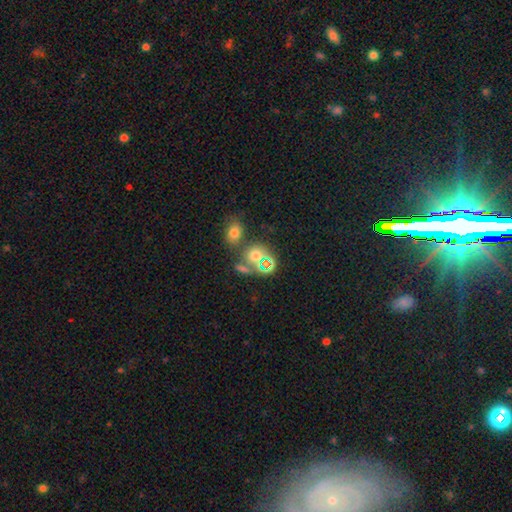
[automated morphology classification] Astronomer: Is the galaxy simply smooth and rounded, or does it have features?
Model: smooth — 56%.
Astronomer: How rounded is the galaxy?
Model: round — 67%.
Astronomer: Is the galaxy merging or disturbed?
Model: none — 53% (runner-up: merger, 30%).